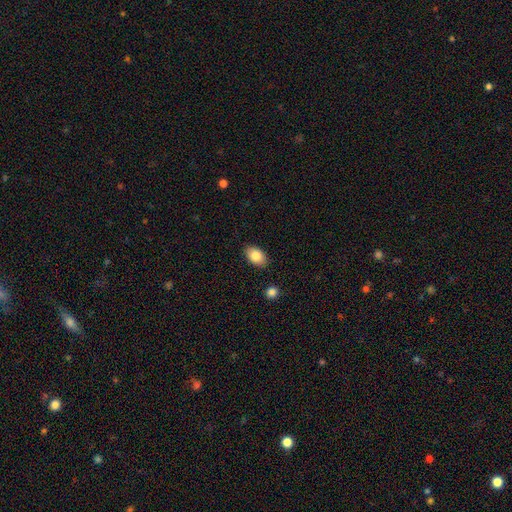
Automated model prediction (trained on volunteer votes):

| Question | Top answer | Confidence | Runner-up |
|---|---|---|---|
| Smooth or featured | smooth | 83% | featured or disk (9%) |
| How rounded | in between | 91% | round (8%) |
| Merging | none | 88% | minor disturbance (9%) |